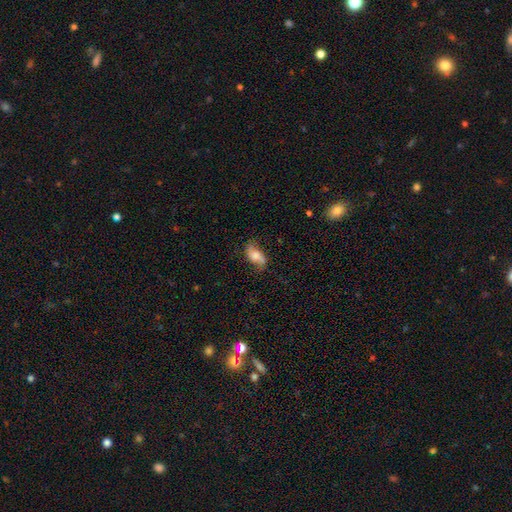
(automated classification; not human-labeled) smooth-or-featured: smooth: 49% | featured or disk: 42% | star or artifact: 9%
  merging: none: 65% | minor disturbance: 24% | major disturbance: 9% | merger: 2%